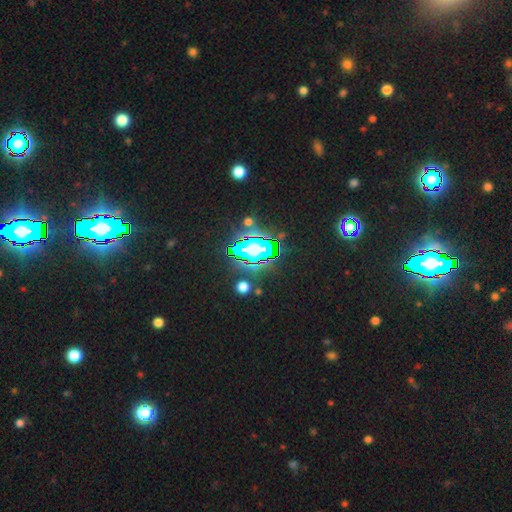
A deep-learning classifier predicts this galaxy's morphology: The model was most divided on "smooth or featured": star or artifact: 82%, smooth: 10%, featured or disk: 8%.